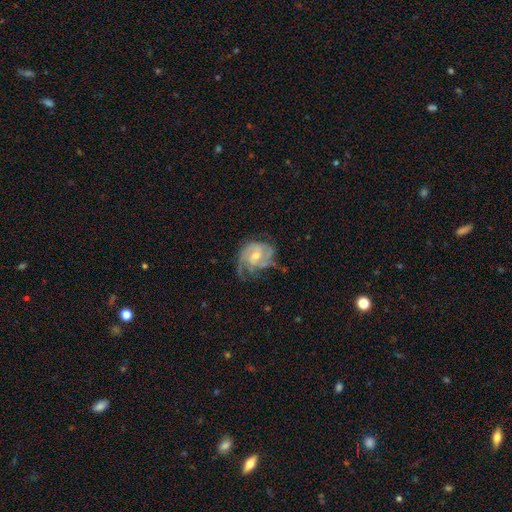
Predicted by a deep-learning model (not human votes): featured or disk 83%, smooth 11%, star or artifact 6%. Down the decision tree: edge-on disk — no (97%); bar — no (54%); spiral arms — yes (94%); spiral arm count — 2 (37%); spiral winding — tight (51%); bulge size — moderate (55%); merging — none (54%).